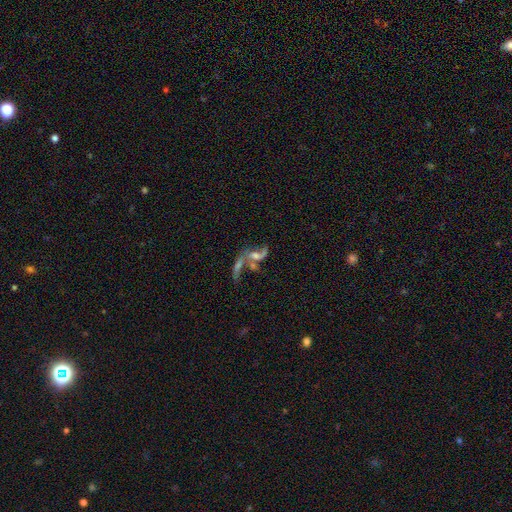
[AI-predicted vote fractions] The model was most divided on "bulge size": moderate: 39%, small: 29%, none: 20%, large: 10%, dominant: 2%. More confident: edge-on disk — no (91%); spiral arms — yes (76%); smooth or featured — featured or disk (68%); bar — no (58%); merging — merger (55%).